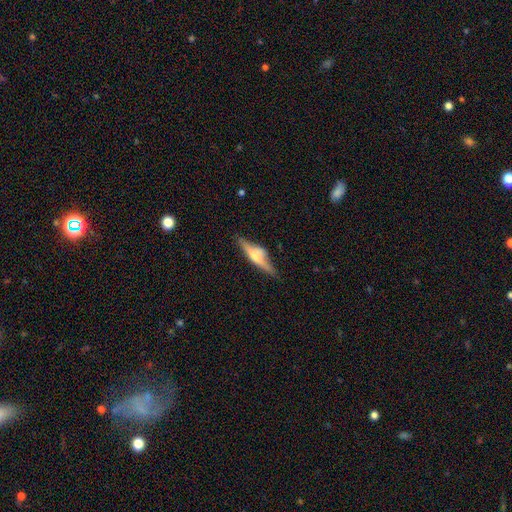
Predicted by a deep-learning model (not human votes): Smooth or featured?
  - featured or disk: 60% *
  - smooth: 33%
  - star or artifact: 7%
Edge-on disk?
  - yes: 92% *
  - no: 8%
Edge-on bulge?
  - rounded: 79% *
  - boxy: 14%
  - none: 7%
Merging?
  - none: 70% *
  - minor disturbance: 20%
  - major disturbance: 7%
  - merger: 4%